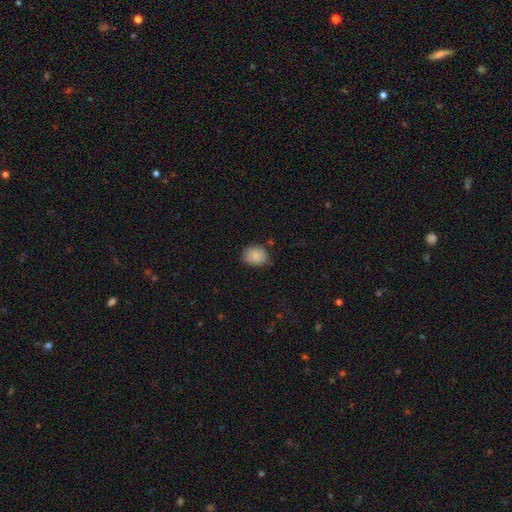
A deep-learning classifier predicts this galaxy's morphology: This appears to be a smooth galaxy with no disk features (86%) that is round (53%). Merging: none (67%).